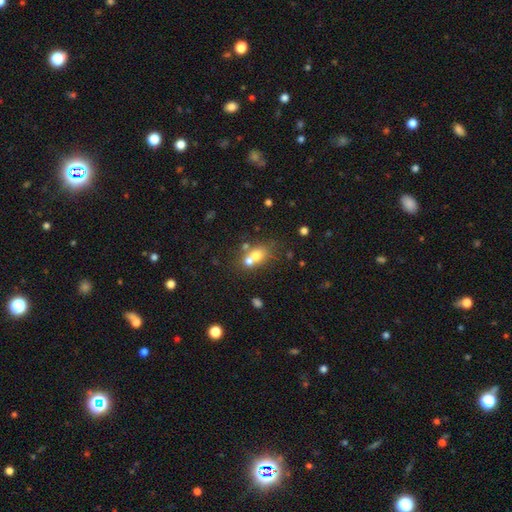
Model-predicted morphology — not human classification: type=smooth (64%); roundness=round (56%); merging=merger (56%).